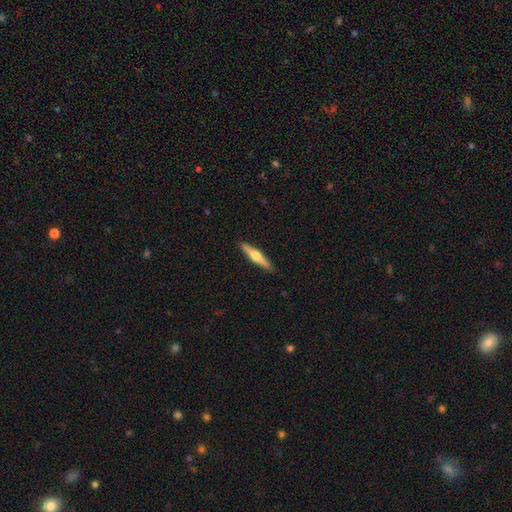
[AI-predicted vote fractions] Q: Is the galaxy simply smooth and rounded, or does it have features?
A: featured or disk — 65%.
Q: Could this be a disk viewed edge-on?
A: yes — 97%.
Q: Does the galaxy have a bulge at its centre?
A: rounded — 94%.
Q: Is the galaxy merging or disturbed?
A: none — 91%.